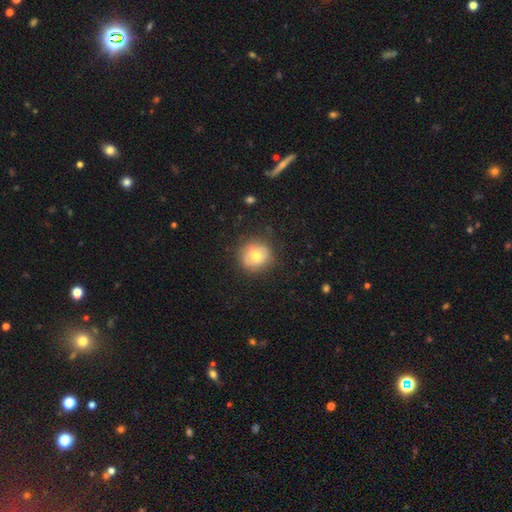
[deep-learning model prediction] Smooth or featured?
  - smooth: 67% *
  - featured or disk: 24%
  - star or artifact: 10%
How rounded?
  - round: 90% *
  - in between: 9%
  - cigar-shaped: 1%
Merging?
  - none: 81% *
  - minor disturbance: 14%
  - major disturbance: 4%
  - merger: 1%